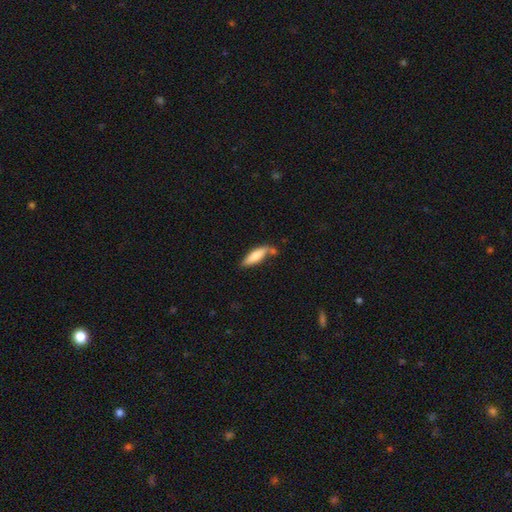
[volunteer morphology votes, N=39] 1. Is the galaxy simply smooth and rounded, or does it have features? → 77% smooth, 18% featured or disk, 5% star or artifact.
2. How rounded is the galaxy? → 50% in between (tied), 50% cigar-shaped (tied), 0% round.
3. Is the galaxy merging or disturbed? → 81% none, 11% merger, 8% minor disturbance, 0% major disturbance.